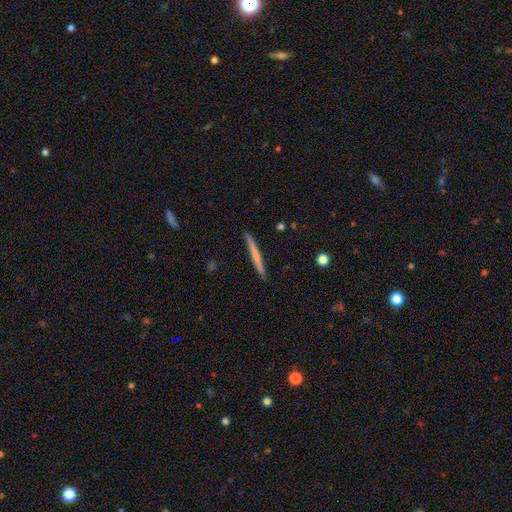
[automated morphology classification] type=smooth (56%); roundness=cigar-shaped (97%); merging=none (88%).